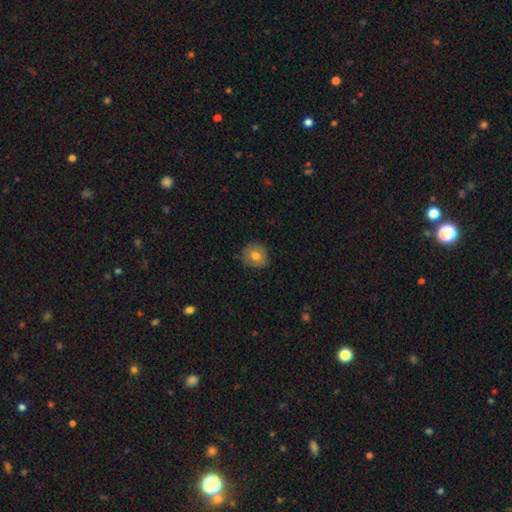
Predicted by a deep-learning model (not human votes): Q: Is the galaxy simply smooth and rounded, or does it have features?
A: smooth — 73%.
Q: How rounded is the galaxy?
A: round — 87%.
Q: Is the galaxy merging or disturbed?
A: none — 84%.